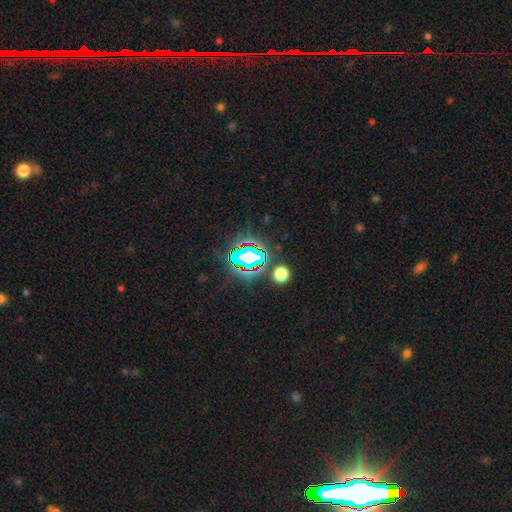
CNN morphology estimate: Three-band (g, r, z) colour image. It shows a star or artifact, not a galaxy (82%).